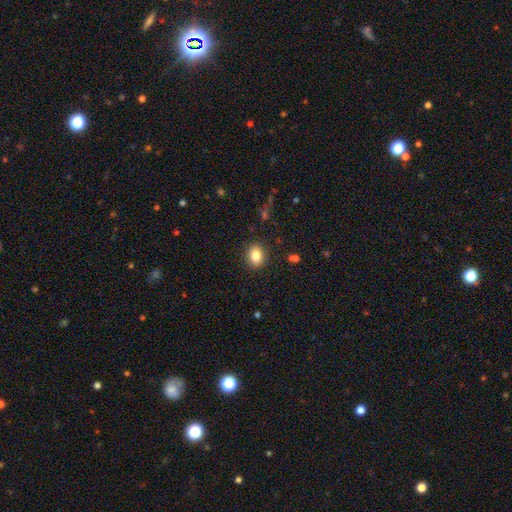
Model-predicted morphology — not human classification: Smooth or featured?
  - smooth: 84% *
  - star or artifact: 9%
  - featured or disk: 6%
How rounded?
  - in between: 53% *
  - round: 46%
  - cigar-shaped: 1%
Merging?
  - none: 89% *
  - minor disturbance: 7%
  - major disturbance: 2%
  - merger: 1%